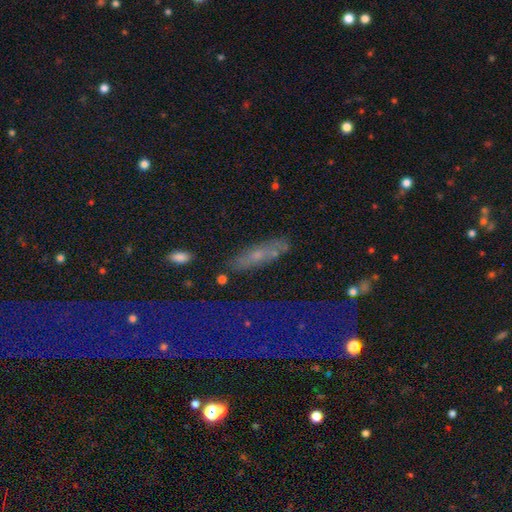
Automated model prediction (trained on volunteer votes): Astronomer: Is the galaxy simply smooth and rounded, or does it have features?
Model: smooth — 50% (runner-up: featured or disk, 37%).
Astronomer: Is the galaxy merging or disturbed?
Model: none — 74%.